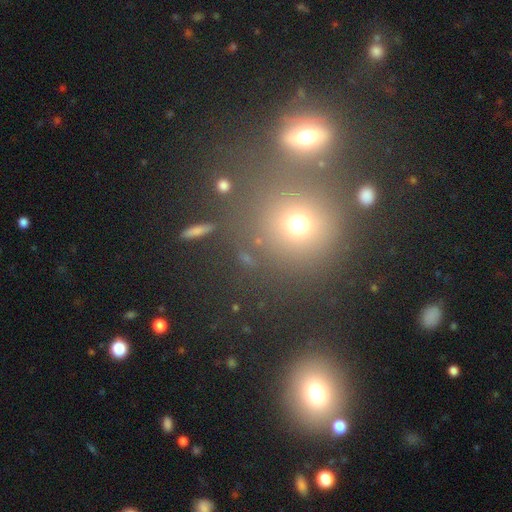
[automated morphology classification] type=smooth (52%); roundness=round (87%); merging=none (68%).